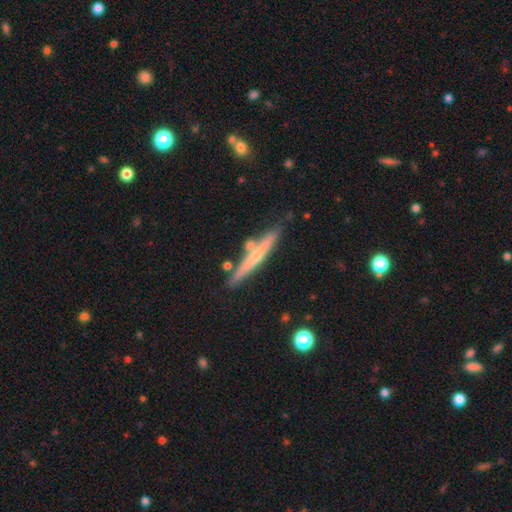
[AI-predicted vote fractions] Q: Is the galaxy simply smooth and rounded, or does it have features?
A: featured or disk — 56%.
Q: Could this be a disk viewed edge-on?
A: yes — 96%.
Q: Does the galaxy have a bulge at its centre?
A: rounded — 55%.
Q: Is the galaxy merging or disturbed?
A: none — 78%.